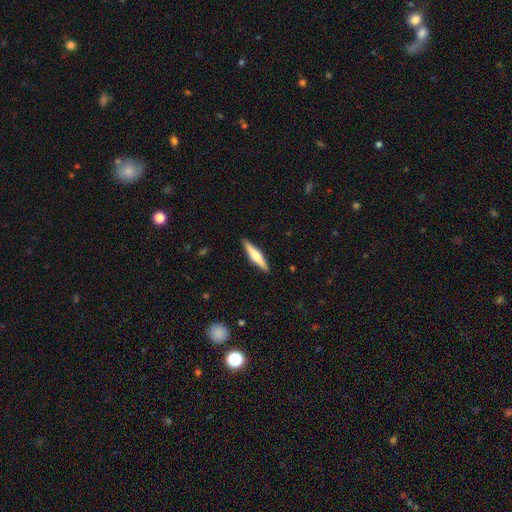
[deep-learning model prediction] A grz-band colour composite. It shows a featured or disk galaxy (56%) viewed edge-on (97%) with a rounded central bulge (91%). Merging: none (91%).